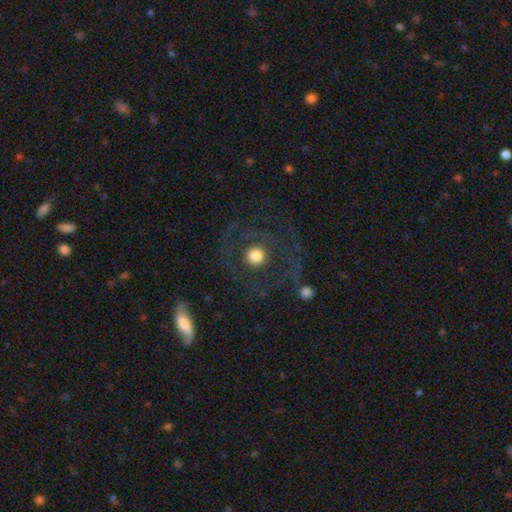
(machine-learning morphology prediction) Overall: smooth (46%; featured or disk 43%). Merging: none (67%).